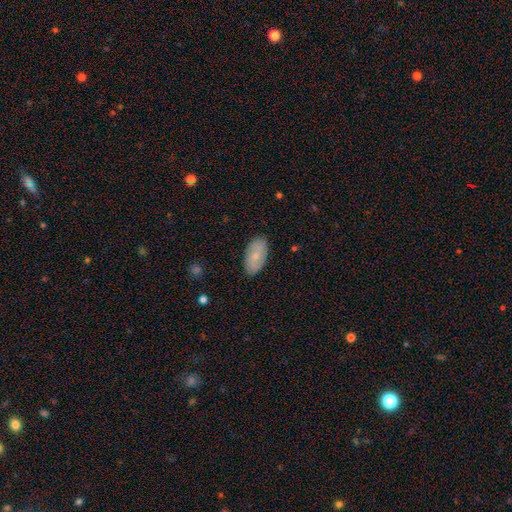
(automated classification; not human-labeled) smooth_or_featured: smooth (p=0.67) [alt: featured or disk p=0.27]
how_rounded: in between (p=0.94) [alt: round p=0.03]
merging: none (p=0.85) [alt: minor disturbance p=0.11]